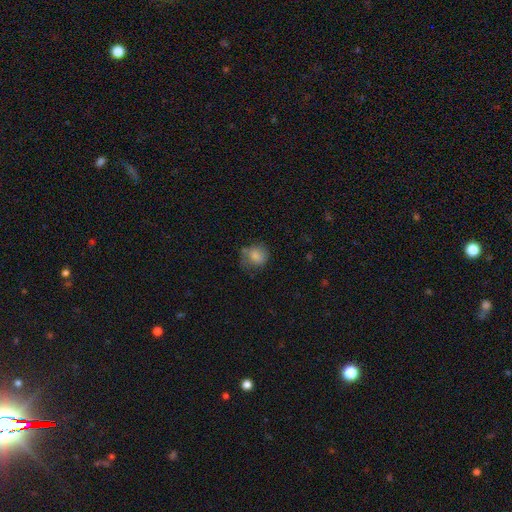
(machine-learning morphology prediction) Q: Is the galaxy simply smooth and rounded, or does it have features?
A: smooth — 81%.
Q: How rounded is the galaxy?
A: round — 75%.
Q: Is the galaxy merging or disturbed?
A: none — 61%.